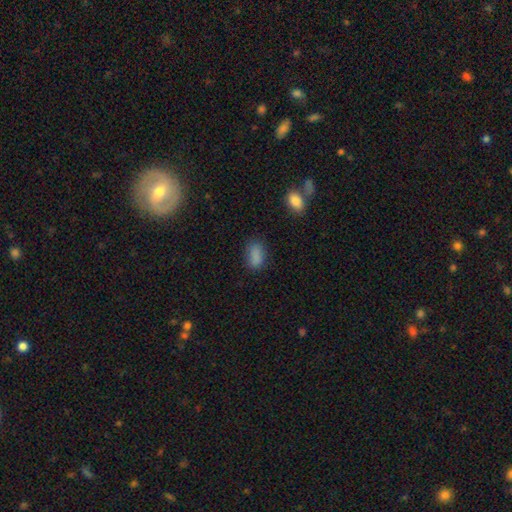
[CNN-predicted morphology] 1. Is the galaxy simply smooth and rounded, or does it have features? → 85% smooth, 11% star or artifact, 4% featured or disk.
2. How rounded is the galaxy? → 90% in between, 7% round, 3% cigar-shaped.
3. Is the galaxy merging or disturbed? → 75% none, 18% minor disturbance, 5% major disturbance, 2% merger.